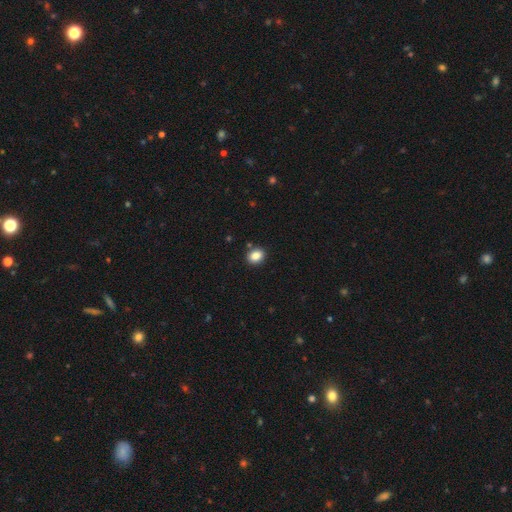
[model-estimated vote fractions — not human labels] Overall: smooth (86%). How rounded: round (52%; in between 47%). Merging: none (85%).